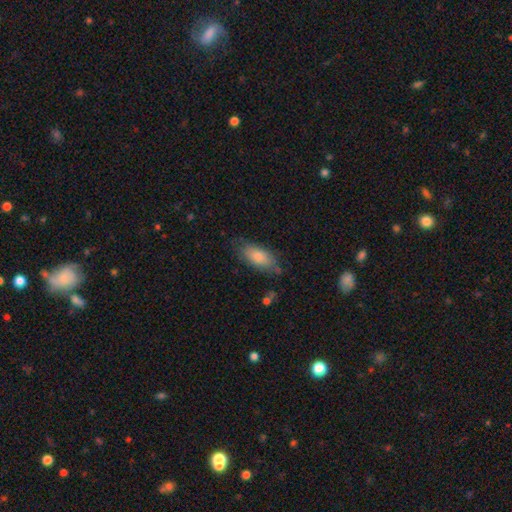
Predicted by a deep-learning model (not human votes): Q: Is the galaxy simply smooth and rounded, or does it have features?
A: smooth — 77%.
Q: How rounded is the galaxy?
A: in between — 82%.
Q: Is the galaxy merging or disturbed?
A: none — 74%.